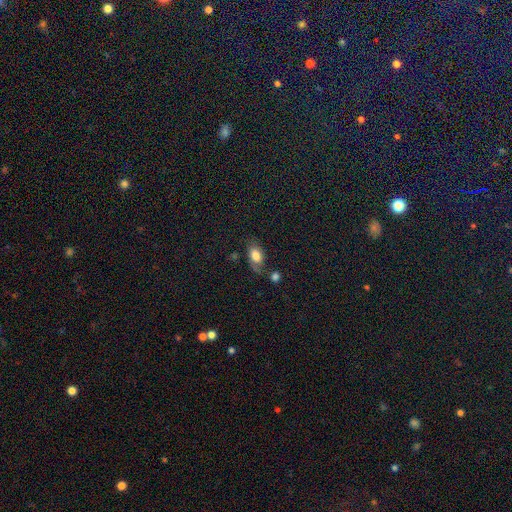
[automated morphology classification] A smooth galaxy with no disk features (71%) that is in between round and cigar-shaped (84%). Merging: none (53%).